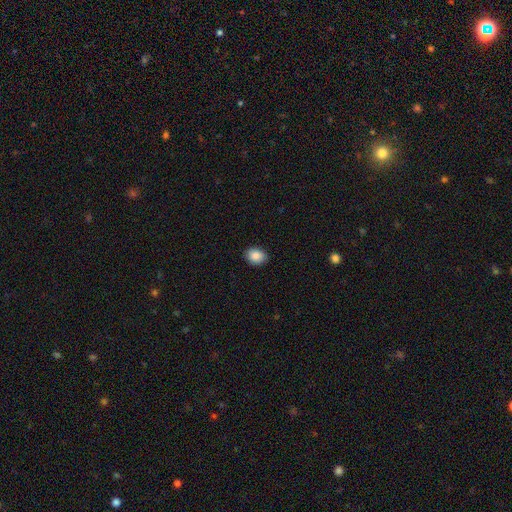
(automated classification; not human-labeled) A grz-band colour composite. It shows a smooth galaxy with no disk features (88%) that is in between round and cigar-shaped (59%). Merging: none (88%).